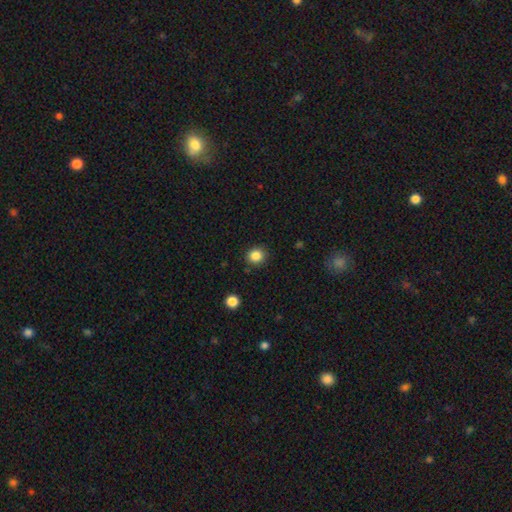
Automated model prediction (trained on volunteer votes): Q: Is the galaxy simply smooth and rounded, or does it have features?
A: smooth — 85%.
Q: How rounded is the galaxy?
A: round — 87%.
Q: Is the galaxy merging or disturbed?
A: none — 88%.